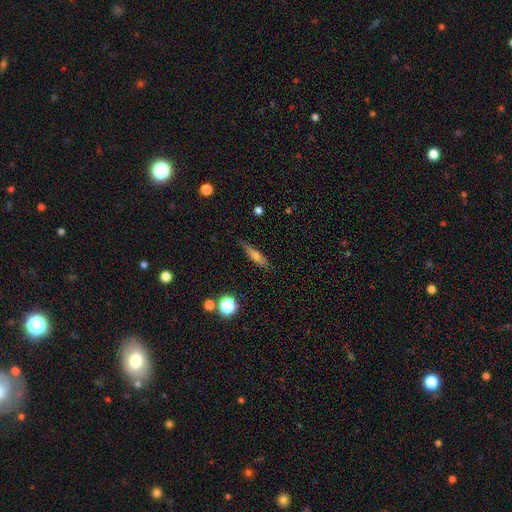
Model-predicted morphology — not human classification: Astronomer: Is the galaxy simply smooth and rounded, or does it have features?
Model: smooth — 62%.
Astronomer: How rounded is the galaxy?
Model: cigar-shaped — 76%.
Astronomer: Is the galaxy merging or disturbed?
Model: none — 83%.